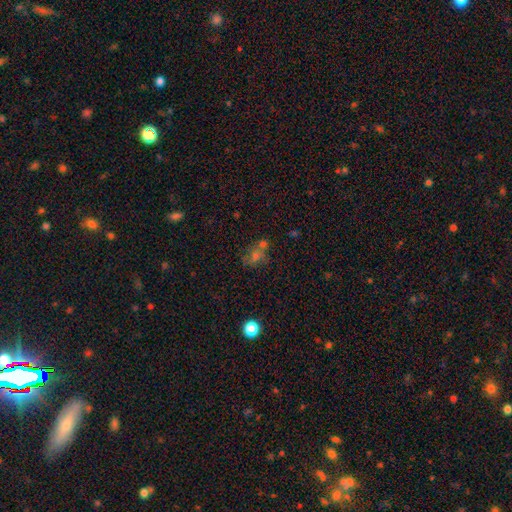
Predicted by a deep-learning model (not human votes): smooth-or-featured: smooth: 49% | star or artifact: 31% | featured or disk: 20%
  merging: none: 52% | merger: 27% | minor disturbance: 14% | major disturbance: 7%